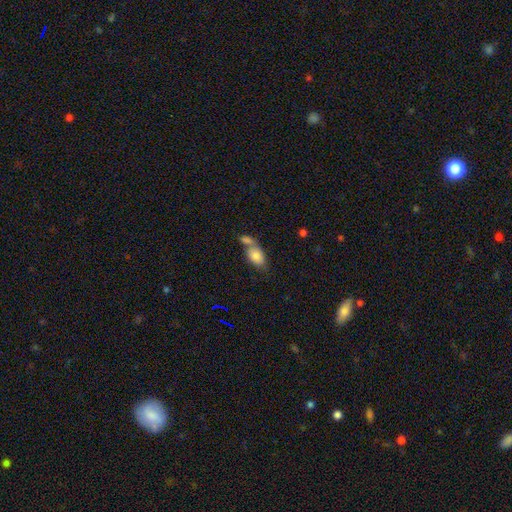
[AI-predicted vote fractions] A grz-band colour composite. It shows a smooth galaxy with no disk features (80%) that is in between round and cigar-shaped (88%). Merging: merger (50%).